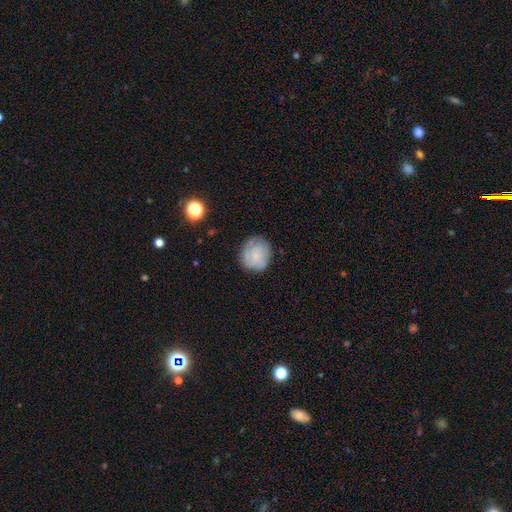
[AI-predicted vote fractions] Smooth or featured?
  - smooth: 64% *
  - featured or disk: 28%
  - star or artifact: 8%
How rounded?
  - round: 81% *
  - in between: 18%
  - cigar-shaped: 1%
Merging?
  - none: 71% *
  - minor disturbance: 21%
  - major disturbance: 7%
  - merger: 2%